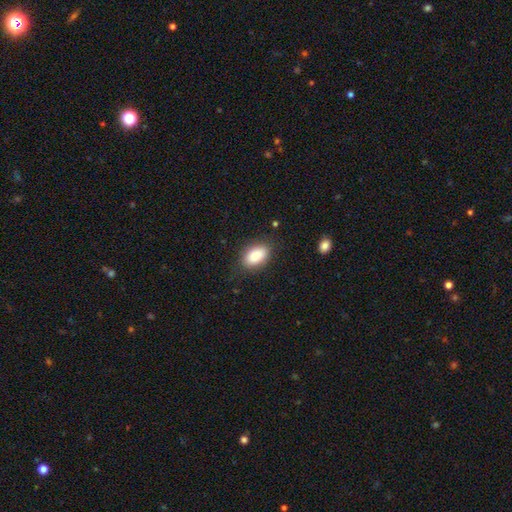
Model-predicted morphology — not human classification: smooth_or_featured: smooth (p=0.87) [alt: star or artifact p=0.07]
how_rounded: in between (p=0.92) [alt: round p=0.07]
merging: none (p=0.82) [alt: minor disturbance p=0.13]